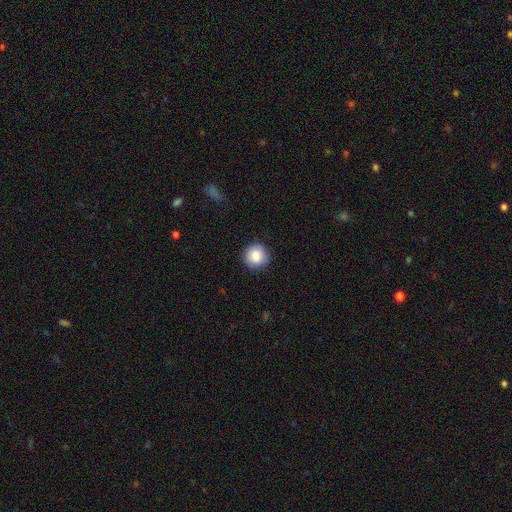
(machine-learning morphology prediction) smooth-or-featured: smooth: 84% | star or artifact: 8% | featured or disk: 8%
  how-rounded: round: 93% | in between: 6% | cigar-shaped: 1%
  merging: none: 89% | minor disturbance: 8% | major disturbance: 2% | merger: 1%